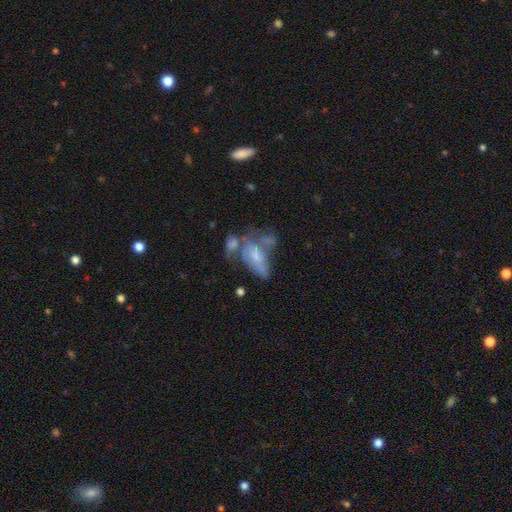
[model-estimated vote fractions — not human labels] This appears to be a smooth galaxy with no disk features (47%). Merging: merger (42%).